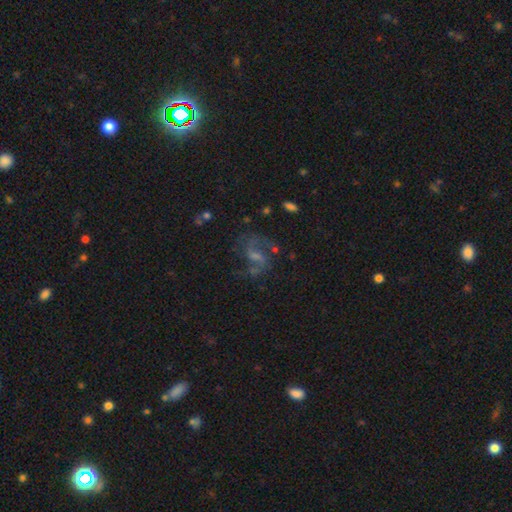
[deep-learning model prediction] Smooth or featured?
  - featured or disk: 70% *
  - star or artifact: 18%
  - smooth: 12%
Edge-on disk?
  - no: 97% *
  - yes: 3%
Bar?
  - weak: 51% *
  - no: 26%
  - strong: 23%
Spiral arms?
  - yes: 90% *
  - no: 10%
Spiral winding?
  - medium: 45% *
  - loose: 44%
  - tight: 11%
Spiral arm count?
  - 2: 86% *
  - can't tell: 6%
  - 1: 3%
  - 3: 2%
  - 4: 1%
  - more than 4: 1%
Bulge size?
  - small: 39% *
  - moderate: 29%
  - none: 25%
  - large: 5%
  - dominant: 2%
Merging?
  - none: 64% *
  - major disturbance: 16%
  - minor disturbance: 16%
  - merger: 5%